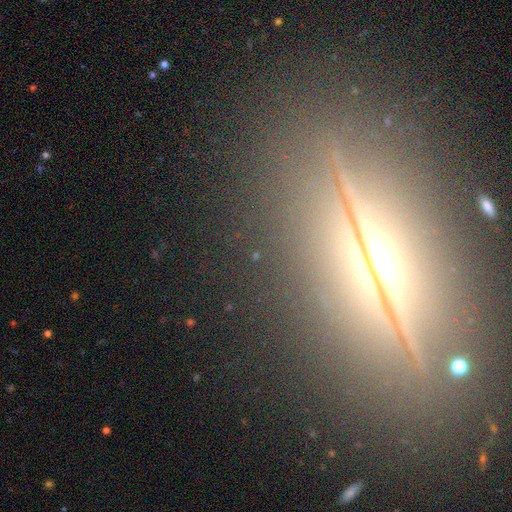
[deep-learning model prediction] The model was most divided on "smooth or featured": star or artifact: 64%, smooth: 25%, featured or disk: 12%.